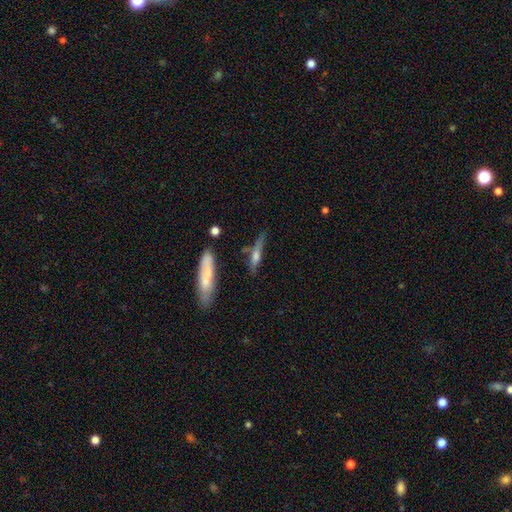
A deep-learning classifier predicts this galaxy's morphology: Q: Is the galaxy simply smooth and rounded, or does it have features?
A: smooth — 47%.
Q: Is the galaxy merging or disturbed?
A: none — 60%.